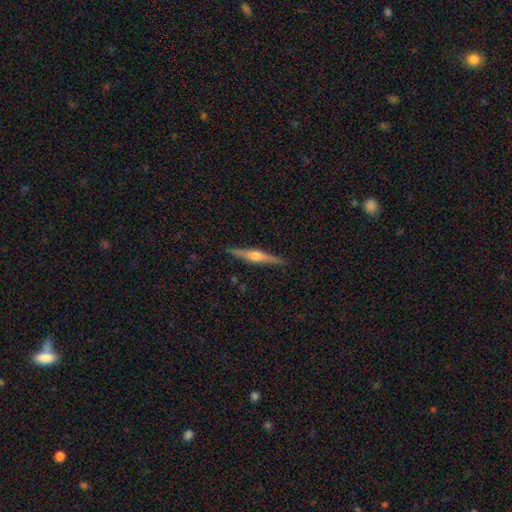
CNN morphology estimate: Smooth or featured?
  - featured or disk: 75% *
  - smooth: 19%
  - star or artifact: 6%
Edge-on disk?
  - yes: 98% *
  - no: 2%
Edge-on bulge?
  - rounded: 91% *
  - boxy: 6%
  - none: 3%
Merging?
  - none: 91% *
  - minor disturbance: 6%
  - major disturbance: 1%
  - merger: 1%